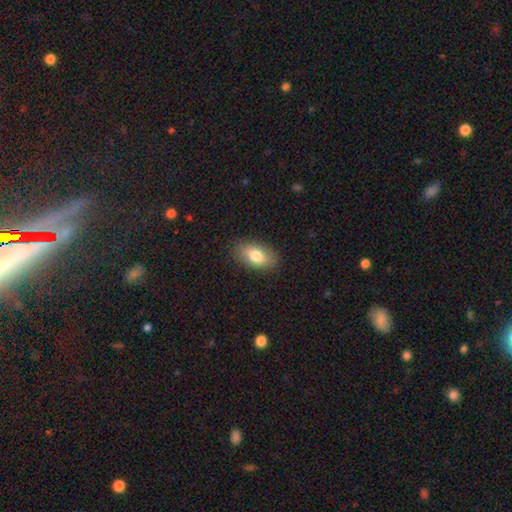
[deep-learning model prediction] Q: Smooth or featured?
A: smooth (78%); runner-up: featured or disk (14%)
Q: How rounded?
A: in between (90%); runner-up: round (6%)
Q: Merging?
A: none (87%); runner-up: minor disturbance (10%)